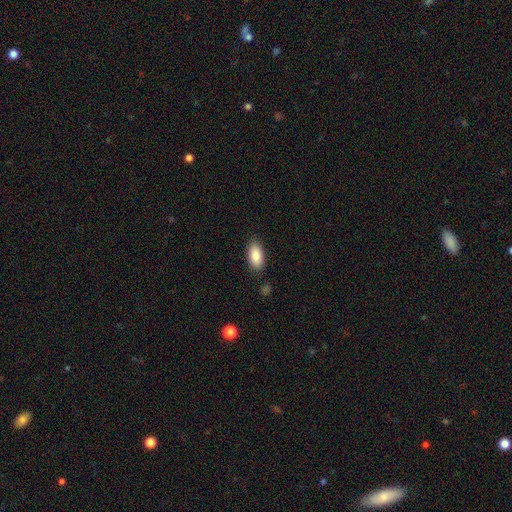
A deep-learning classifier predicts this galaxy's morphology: Smooth or featured? smooth (88%)
How rounded? in between (93%)
Merging? none (86%)